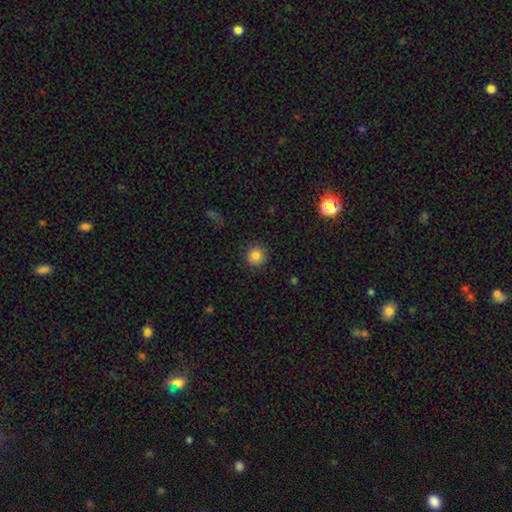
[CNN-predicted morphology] Smooth or featured?
  - smooth: 85% *
  - star or artifact: 10%
  - featured or disk: 5%
How rounded?
  - round: 94% *
  - in between: 5%
  - cigar-shaped: 1%
Merging?
  - none: 90% *
  - minor disturbance: 7%
  - major disturbance: 2%
  - merger: 1%